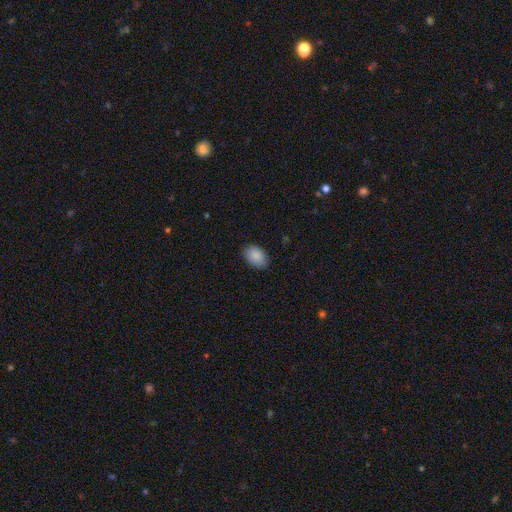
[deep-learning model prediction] Smooth or featured?
  - smooth: 89% *
  - star or artifact: 7%
  - featured or disk: 4%
How rounded?
  - in between: 86% *
  - round: 13%
  - cigar-shaped: 1%
Merging?
  - none: 86% *
  - minor disturbance: 11%
  - major disturbance: 2%
  - merger: 1%